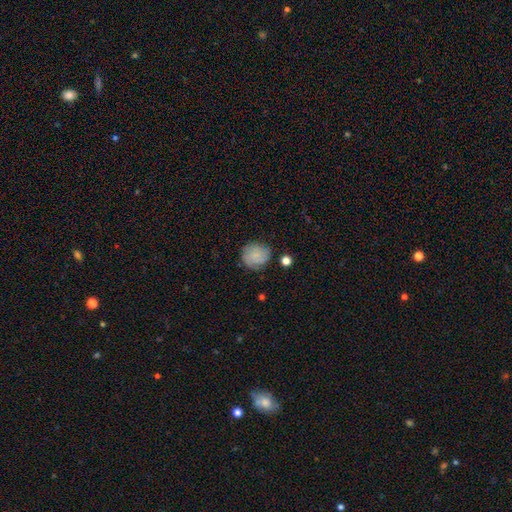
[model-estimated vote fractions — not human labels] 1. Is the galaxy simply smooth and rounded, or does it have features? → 72% smooth, 19% featured or disk, 9% star or artifact.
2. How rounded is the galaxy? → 84% round, 15% in between, 1% cigar-shaped.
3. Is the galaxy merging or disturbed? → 75% none, 18% minor disturbance, 5% major disturbance, 2% merger.